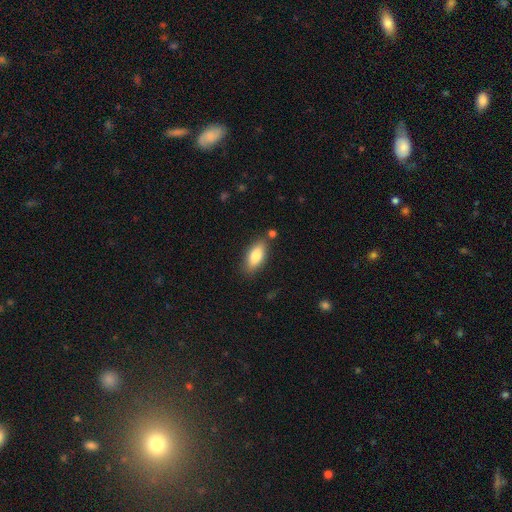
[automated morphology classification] This appears to be a smooth galaxy with no disk features (81%) that is in between round and cigar-shaped (82%). Merging: none (80%).